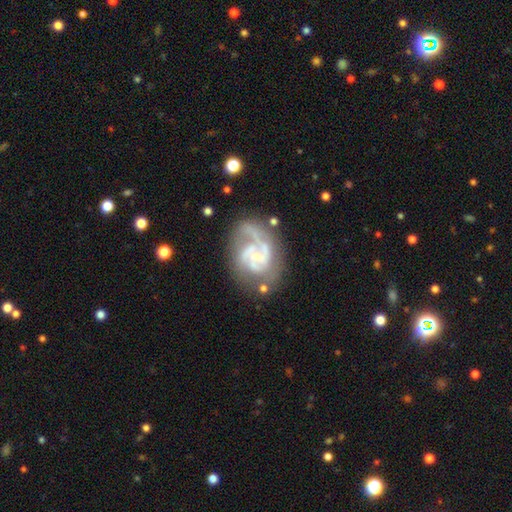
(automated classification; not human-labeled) This is clearly a featured or disk galaxy (83%). It is clearly not viewed edge-on (98%). Bar: possibly no (53%). Spiral arm pattern: clearly yes (91%). Spiral arm count: marginally 2 (43%). Spiral winding: possibly medium (46%). Central bulge: possibly small (57%). Merging: possibly none (53%).